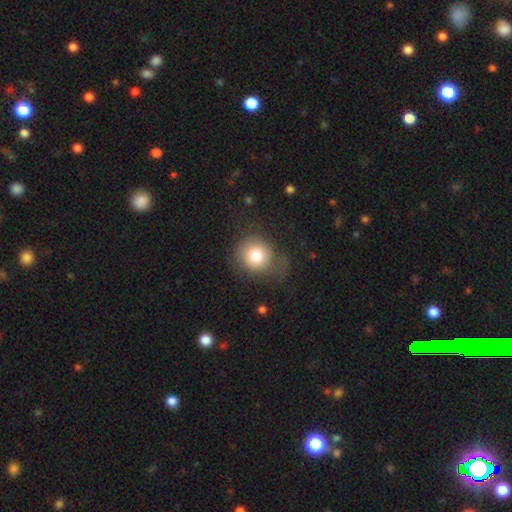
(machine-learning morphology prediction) This appears to be a smooth galaxy with no disk features (78%) that is round (85%). Merging: none (60%).